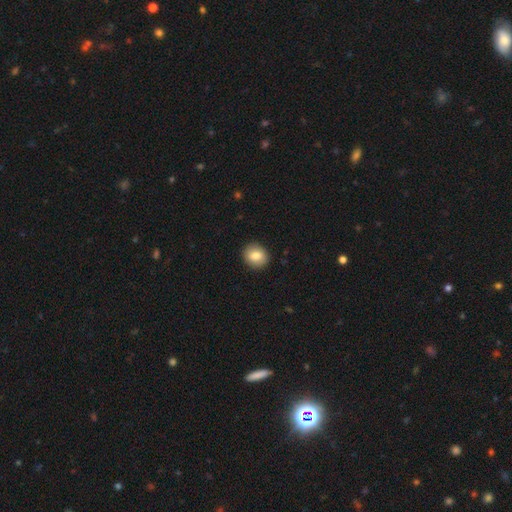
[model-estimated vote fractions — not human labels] A smooth galaxy with no disk features (82%) that is round (74%). Merging: none (90%).